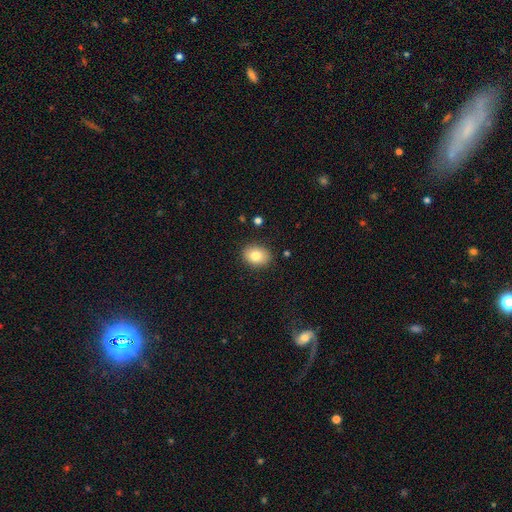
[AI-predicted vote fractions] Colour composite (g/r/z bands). It shows a smooth galaxy with no disk features (81%) that is in between round and cigar-shaped (62%). Merging: none (88%).